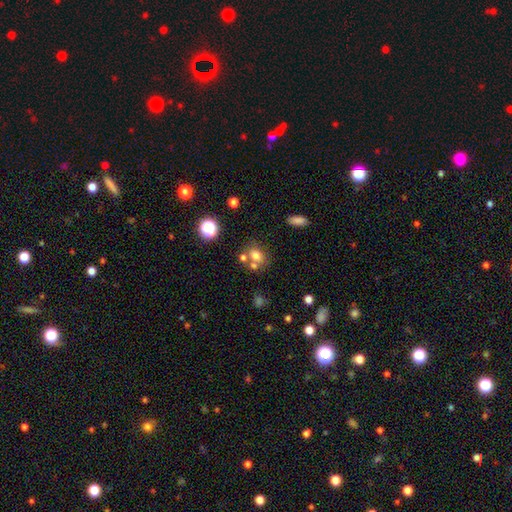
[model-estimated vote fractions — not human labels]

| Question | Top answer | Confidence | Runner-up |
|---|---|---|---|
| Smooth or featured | smooth | 71% | star or artifact (15%) |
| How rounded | round | 51% | in between (48%) |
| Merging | none | 55% | merger (28%) |